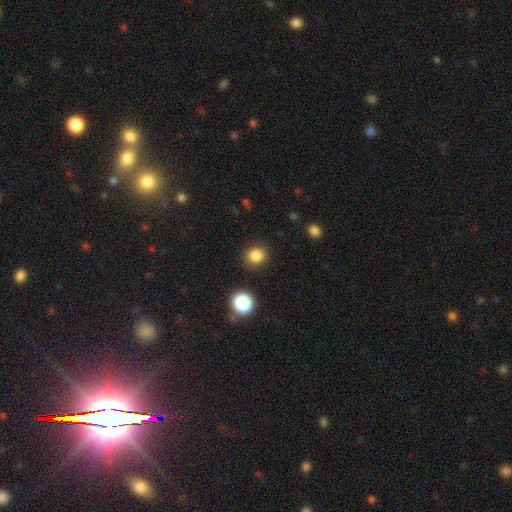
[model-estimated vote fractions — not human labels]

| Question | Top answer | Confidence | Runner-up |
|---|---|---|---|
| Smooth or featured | smooth | 82% | star or artifact (13%) |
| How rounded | round | 80% | in between (19%) |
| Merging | none | 86% | minor disturbance (9%) |